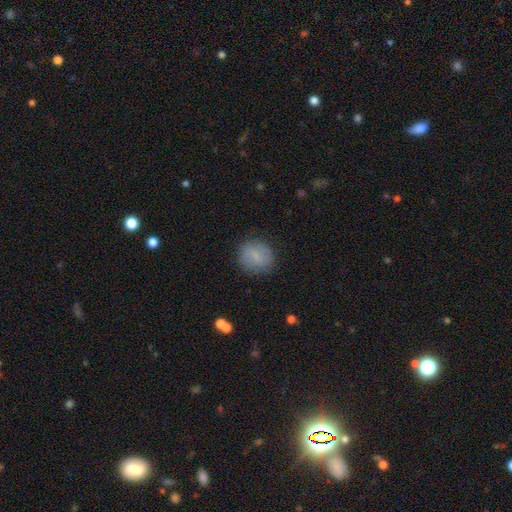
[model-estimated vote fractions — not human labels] smooth 75%, featured or disk 17%, star or artifact 8%. Down the decision tree: how rounded — round (82%); merging — none (83%).